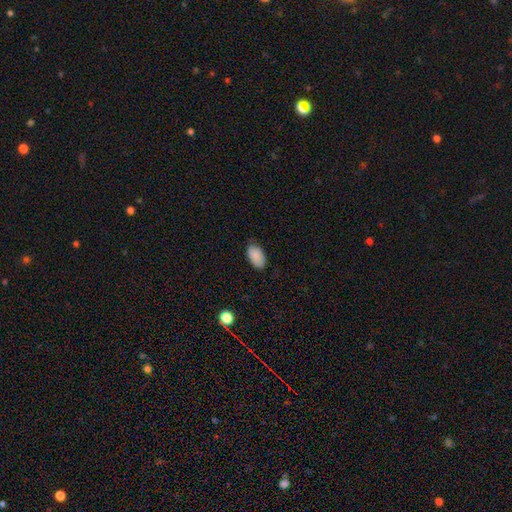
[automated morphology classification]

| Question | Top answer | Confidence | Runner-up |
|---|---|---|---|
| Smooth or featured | smooth | 88% | star or artifact (7%) |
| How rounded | in between | 94% | round (5%) |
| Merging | none | 78% | minor disturbance (17%) |